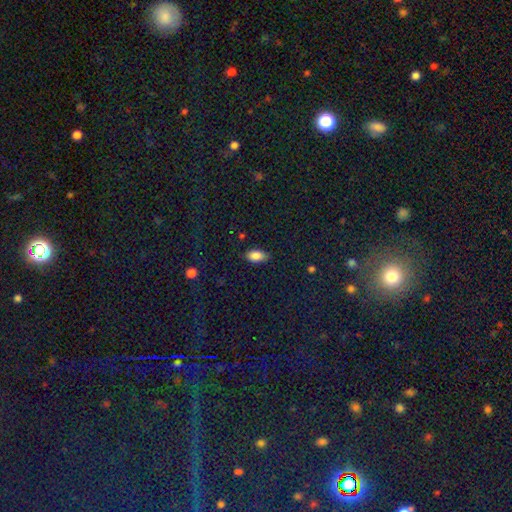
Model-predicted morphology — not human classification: smooth-or-featured: smooth: 86% | star or artifact: 8% | featured or disk: 6%
  how-rounded: in between: 93% | round: 4% | cigar-shaped: 3%
  merging: none: 82% | minor disturbance: 14% | major disturbance: 3% | merger: 1%